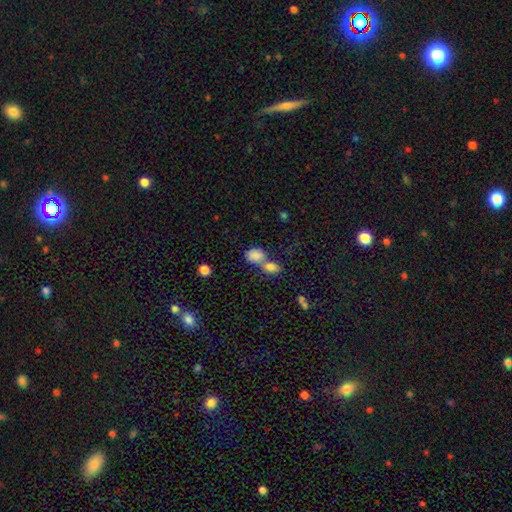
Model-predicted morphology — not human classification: Smooth or featured?
  - smooth: 84% *
  - star or artifact: 9%
  - featured or disk: 7%
How rounded?
  - in between: 72% *
  - round: 26%
  - cigar-shaped: 2%
Merging?
  - merger: 61% *
  - none: 27%
  - minor disturbance: 8%
  - major disturbance: 4%